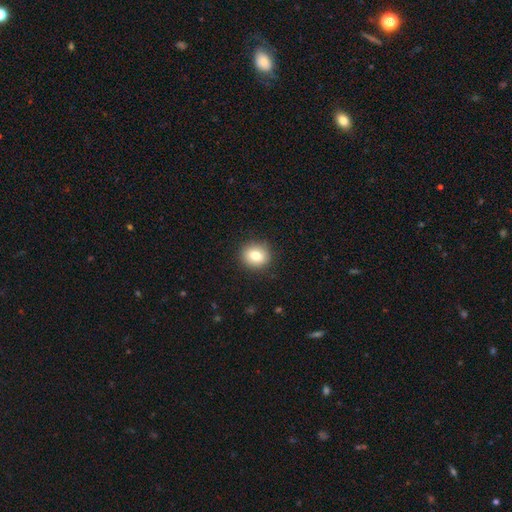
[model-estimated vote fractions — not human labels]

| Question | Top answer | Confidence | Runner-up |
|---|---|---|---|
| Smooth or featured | smooth | 80% | featured or disk (11%) |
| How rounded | round | 82% | in between (17%) |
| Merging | none | 90% | minor disturbance (7%) |